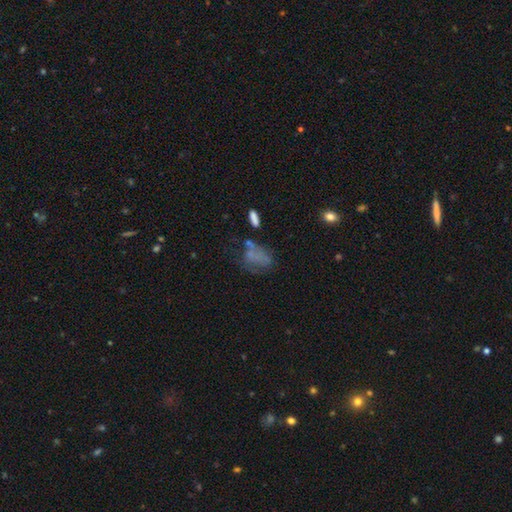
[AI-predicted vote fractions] Smooth or featured: smooth — 50% (featured or disk — 33%)
Merging: none — 37% (major disturbance — 28%)